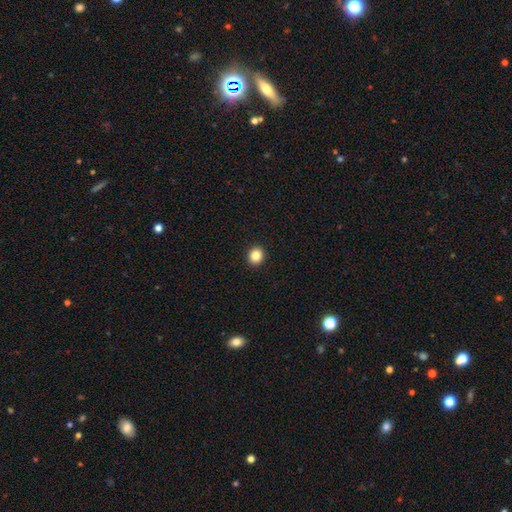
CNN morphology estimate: A smooth galaxy with no disk features (84%) that is round (82%). Merging: none (94%).